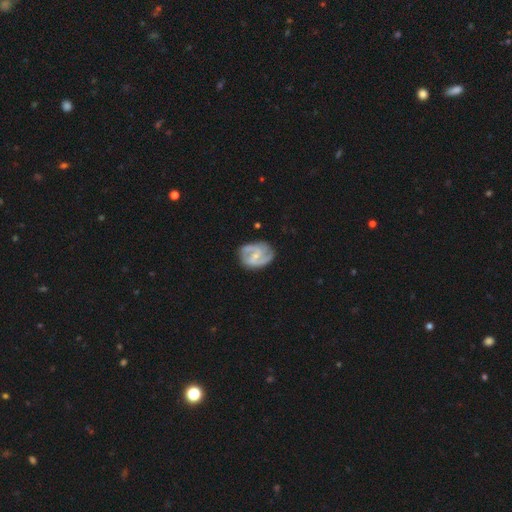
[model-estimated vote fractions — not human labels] A featured or disk galaxy (82%) with a weak bar (50%), 2 (70%) medium (51%) spiral arms (94%) and a small central bulge (65%). Merging: none (68%).